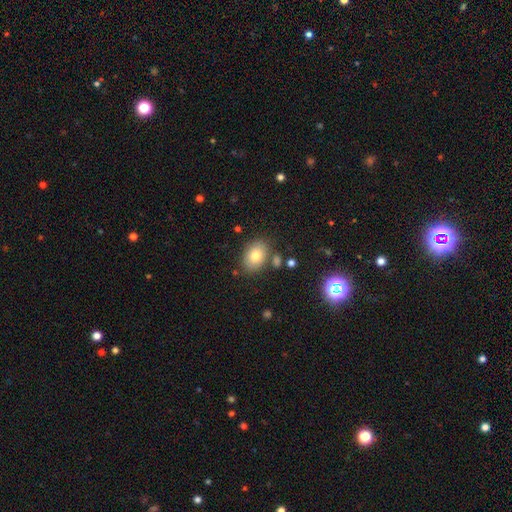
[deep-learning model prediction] This is likely a smooth galaxy (78%). How rounded: likely in between (79%). Merging: likely none (78%).